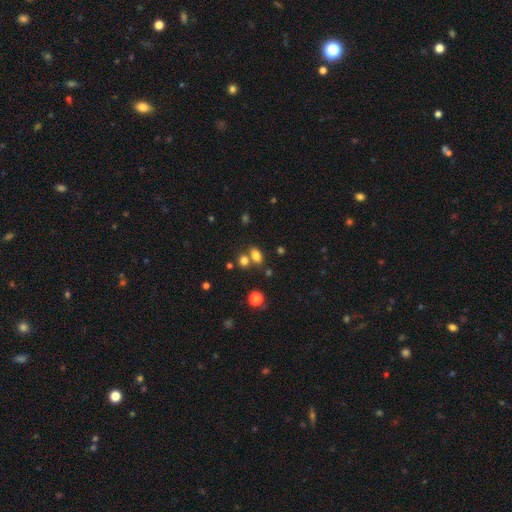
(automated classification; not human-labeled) A smooth galaxy with no disk features (79%) that is in between round and cigar-shaped (82%).

Vote fractions:
- Smooth or featured? smooth: 79% / star or artifact: 14% / featured or disk: 7%
- How rounded? in between: 82% / round: 16% / cigar-shaped: 3%
- Merging? none: 59% / merger: 27% / minor disturbance: 11% / major disturbance: 4%